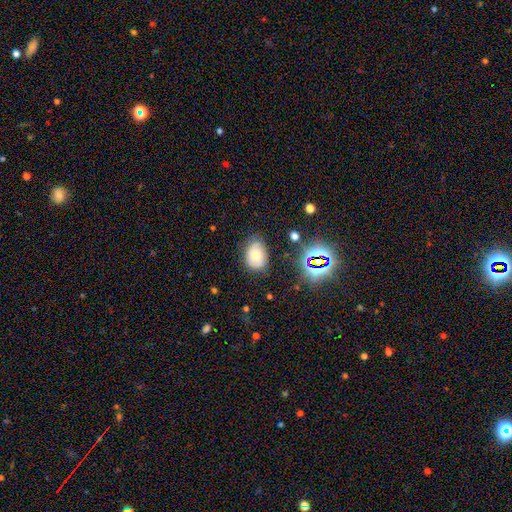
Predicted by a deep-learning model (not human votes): smooth 58%, featured or disk 28%, star or artifact 14%. Down the decision tree: how rounded — in between (74%); merging — none (69%).